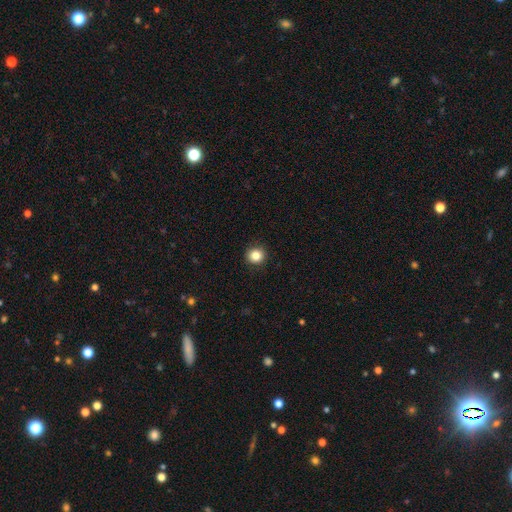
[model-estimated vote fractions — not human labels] Smooth or featured: smooth — 84% (star or artifact — 11%)
How rounded: round — 92% (in between — 7%)
Merging: none — 92% (minor disturbance — 5%)